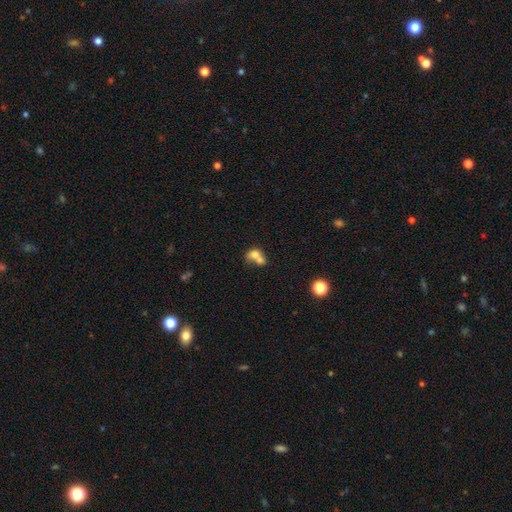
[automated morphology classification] Smooth or featured: smooth — 69% (featured or disk — 21%)
How rounded: round — 51% (in between — 48%)
Merging: merger — 72% (none — 17%)